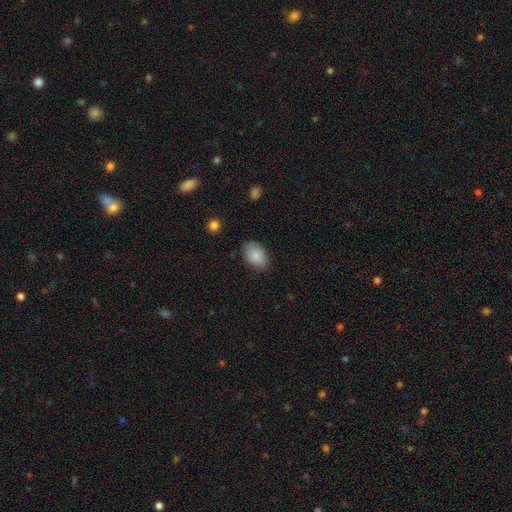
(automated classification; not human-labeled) Overall: smooth (86%). How rounded: in between (86%). Merging: none (78%).